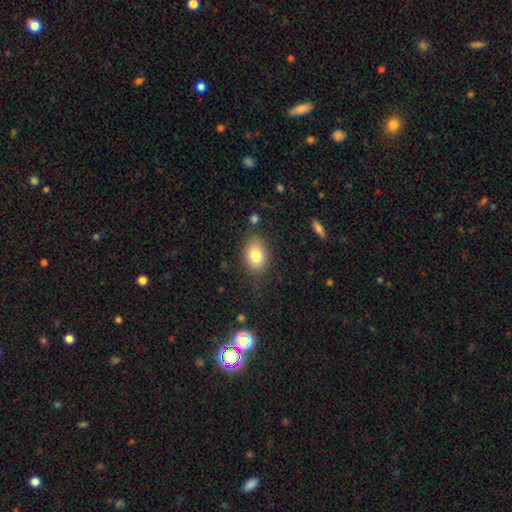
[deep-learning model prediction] Q: Smooth or featured?
A: smooth (81%); runner-up: featured or disk (11%)
Q: How rounded?
A: in between (80%); runner-up: round (18%)
Q: Merging?
A: none (76%); runner-up: minor disturbance (16%)